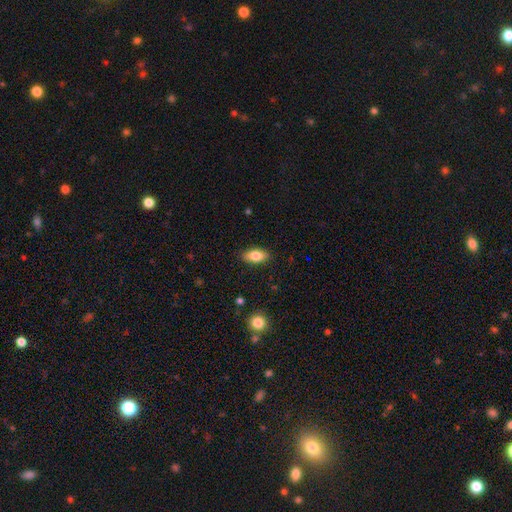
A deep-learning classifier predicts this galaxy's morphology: This is likely a smooth galaxy (79%). How rounded: clearly in between (88%). Merging: clearly none (87%).